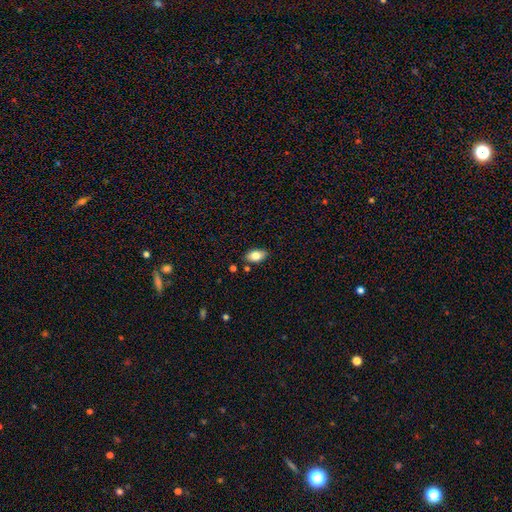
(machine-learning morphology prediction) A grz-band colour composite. It shows a smooth galaxy with no disk features (82%) that is in between round and cigar-shaped (92%). Merging: none (83%).